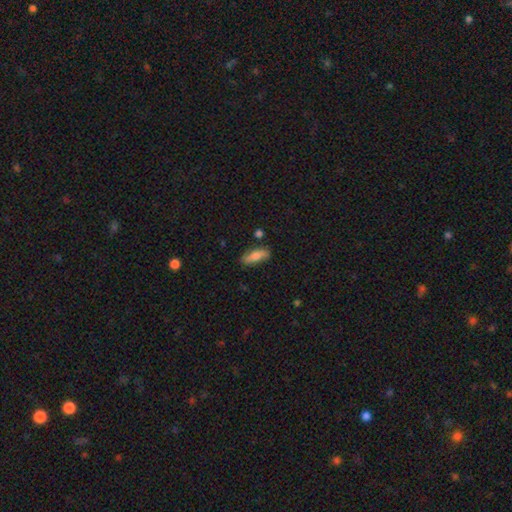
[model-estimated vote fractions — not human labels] This is likely a smooth galaxy (72%). How rounded: likely in between (60%). Merging: clearly none (82%).